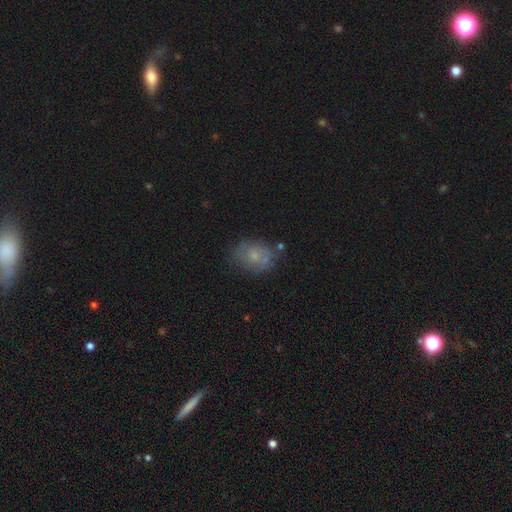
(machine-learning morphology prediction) The model was most divided on "smooth or featured": smooth: 51%, featured or disk: 38%, star or artifact: 11%. More confident: merging — none (65%); how rounded — in between (60%).